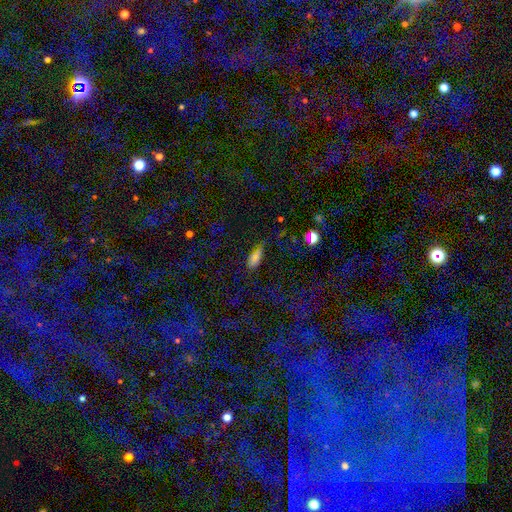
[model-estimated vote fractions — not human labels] This appears to be a smooth galaxy with no disk features (73%) that is in between round and cigar-shaped (70%). Merging: none (57%).